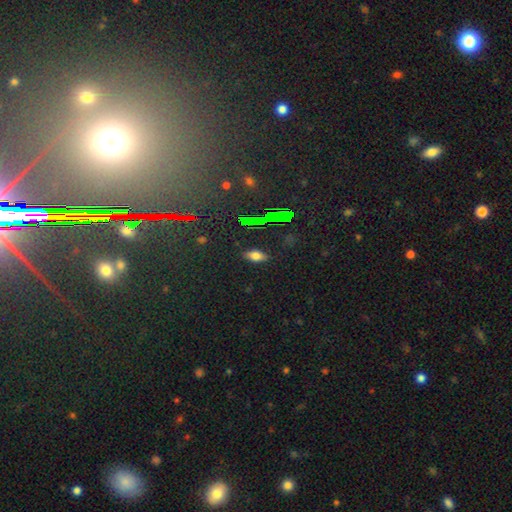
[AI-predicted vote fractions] A smooth galaxy with no disk features (68%) that is in between round and cigar-shaped (83%). Merging: none (85%).